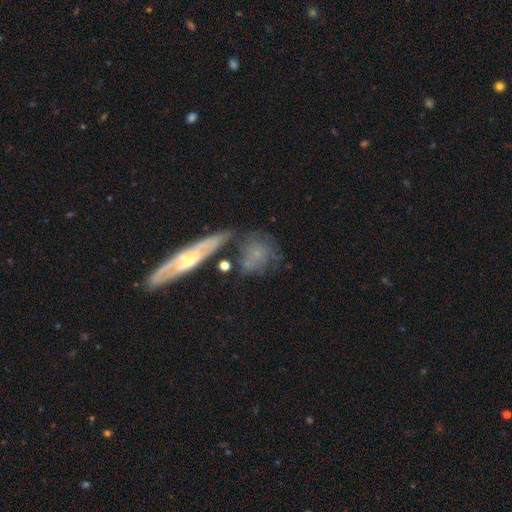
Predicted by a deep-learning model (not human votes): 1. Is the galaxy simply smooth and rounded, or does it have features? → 45% featured or disk, 44% smooth, 11% star or artifact.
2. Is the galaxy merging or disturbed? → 53% none, 19% minor disturbance, 17% merger, 11% major disturbance.